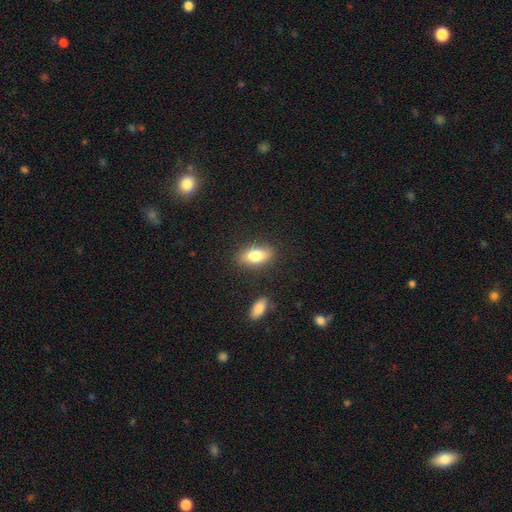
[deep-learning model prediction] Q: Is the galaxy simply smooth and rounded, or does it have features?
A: smooth — 79%.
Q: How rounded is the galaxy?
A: in between — 87%.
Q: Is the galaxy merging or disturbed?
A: none — 83%.